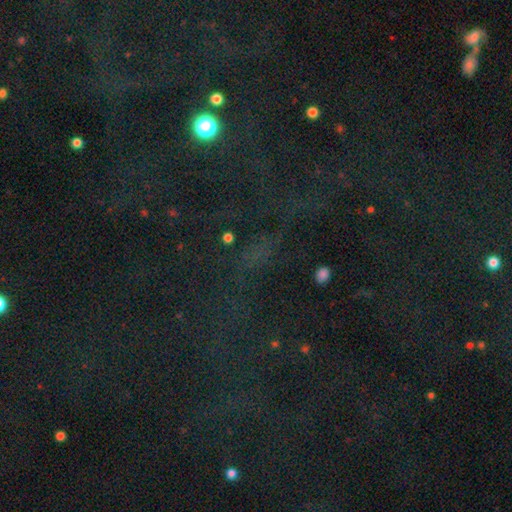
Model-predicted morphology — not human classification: Q: Smooth or featured?
A: star or artifact (71%); runner-up: smooth (18%)